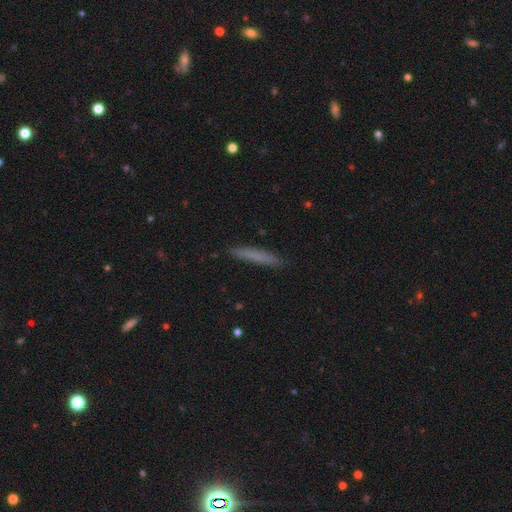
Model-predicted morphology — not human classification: Smooth or featured? smooth (72%)
How rounded? cigar-shaped (96%)
Merging? none (89%)